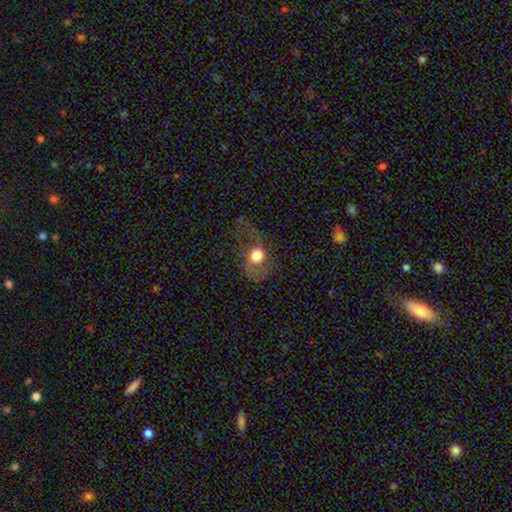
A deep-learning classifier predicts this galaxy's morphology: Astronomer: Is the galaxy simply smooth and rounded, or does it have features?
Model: smooth — 54% (runner-up: featured or disk, 35%).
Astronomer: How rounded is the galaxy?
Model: round — 65%.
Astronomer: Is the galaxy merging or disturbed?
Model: none — 45% (runner-up: major disturbance, 31%).